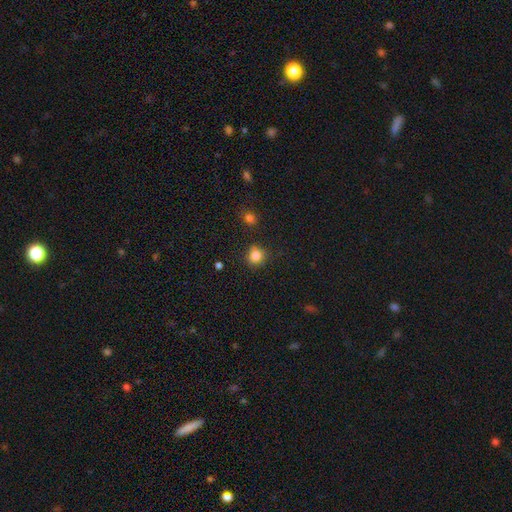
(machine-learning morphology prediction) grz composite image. It shows a smooth galaxy with no disk features (83%) that is round (83%). Merging: none (79%).